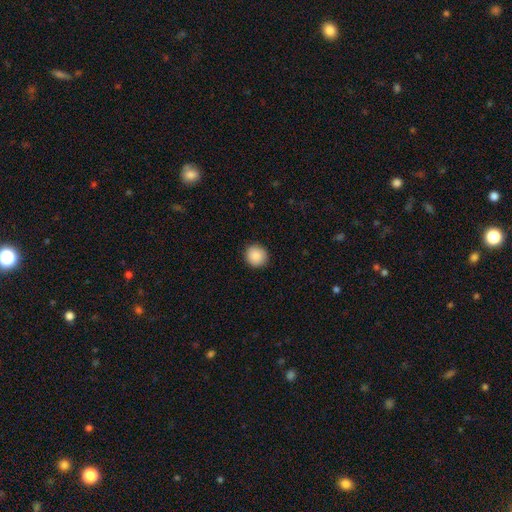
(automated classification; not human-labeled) This appears to be a smooth galaxy with no disk features (89%) that is round (90%). Merging: none (91%).